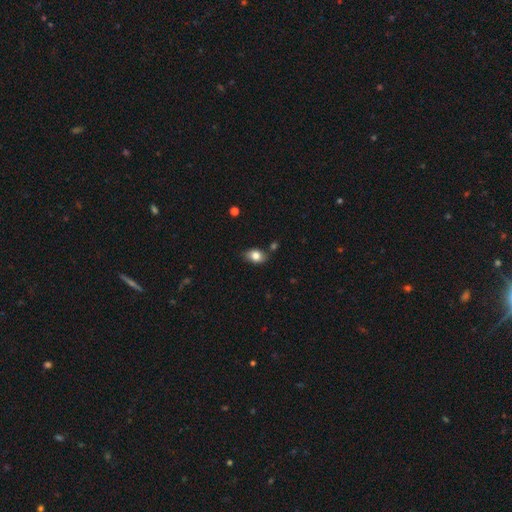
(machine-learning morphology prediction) The model was most divided on "merging": none: 76%, minor disturbance: 17%, merger: 4%, major disturbance: 3%. More confident: smooth or featured — smooth (81%); how rounded — in between (80%).